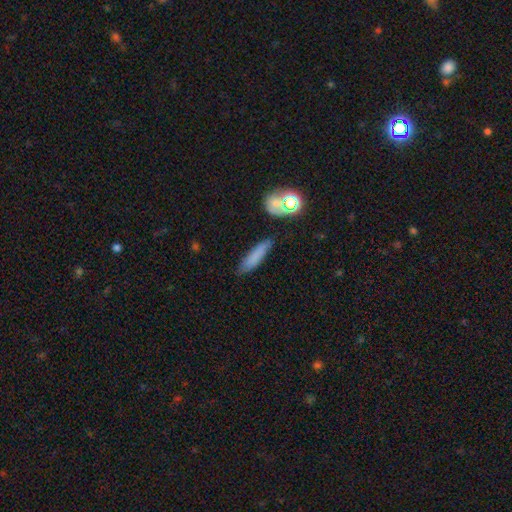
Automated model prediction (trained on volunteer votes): A smooth galaxy with no disk features (75%) that is cigar-shaped (75%). Merging: none (75%).